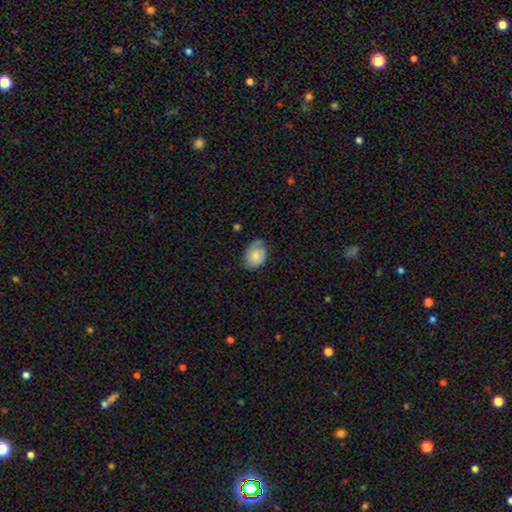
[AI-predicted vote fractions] Smooth or featured? smooth (67%)
How rounded? in between (70%)
Merging? none (54%)